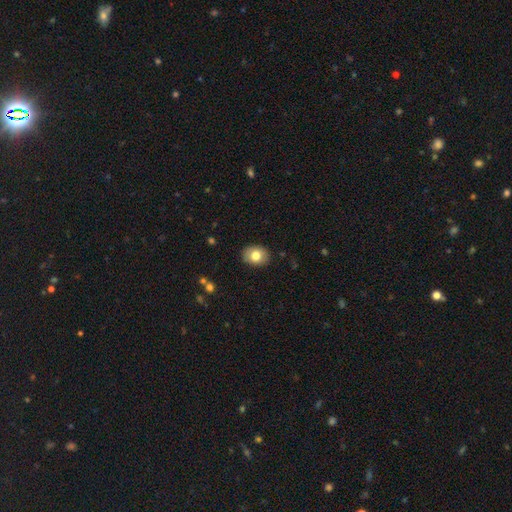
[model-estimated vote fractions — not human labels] Q: Smooth or featured?
A: smooth (79%); runner-up: featured or disk (13%)
Q: How rounded?
A: in between (62%); runner-up: round (37%)
Q: Merging?
A: none (88%); runner-up: minor disturbance (9%)